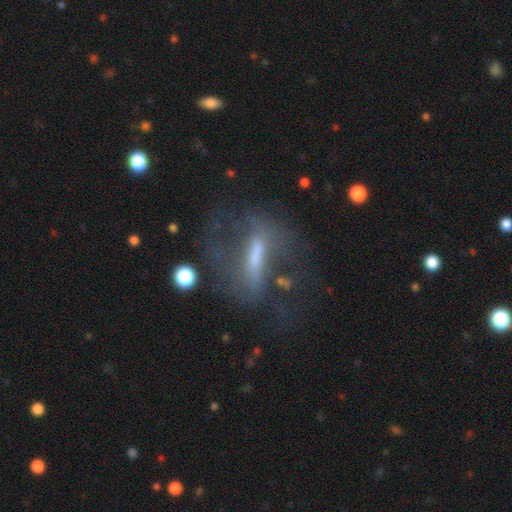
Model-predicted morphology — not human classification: A featured or disk galaxy (62%). Merging: none (45%).